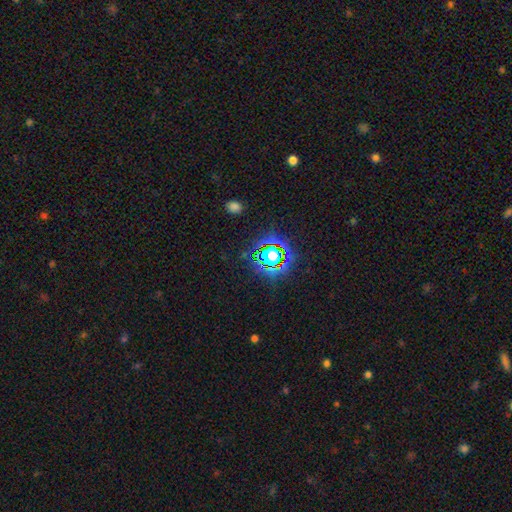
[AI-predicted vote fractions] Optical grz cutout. It shows a star or artifact, not a galaxy (82%).